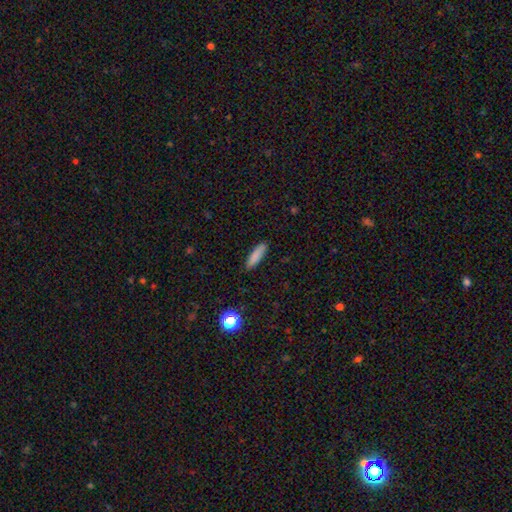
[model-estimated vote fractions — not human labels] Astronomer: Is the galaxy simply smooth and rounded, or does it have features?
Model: smooth — 84%.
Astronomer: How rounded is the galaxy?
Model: cigar-shaped — 67%.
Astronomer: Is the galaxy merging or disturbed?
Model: none — 88%.